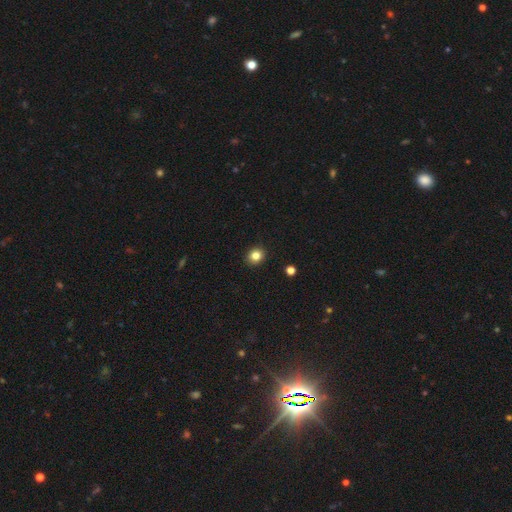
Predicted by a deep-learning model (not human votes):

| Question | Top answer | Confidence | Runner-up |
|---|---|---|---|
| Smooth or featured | smooth | 83% | star or artifact (11%) |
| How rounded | round | 72% | in between (27%) |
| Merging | none | 91% | minor disturbance (6%) |